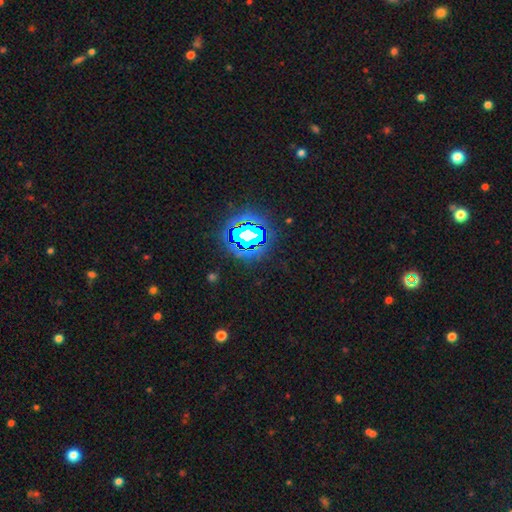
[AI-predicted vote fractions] This is clearly a star or artifact rather than a galaxy (83%).